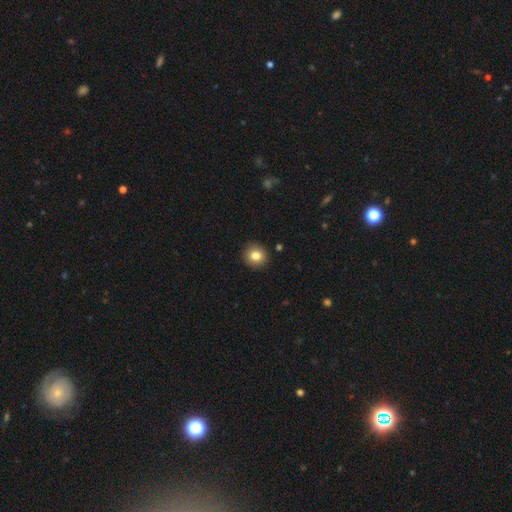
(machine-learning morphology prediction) Smooth or featured?
  - smooth: 83% *
  - star or artifact: 10%
  - featured or disk: 8%
How rounded?
  - round: 91% *
  - in between: 8%
  - cigar-shaped: 1%
Merging?
  - none: 91% *
  - minor disturbance: 6%
  - major disturbance: 2%
  - merger: 1%